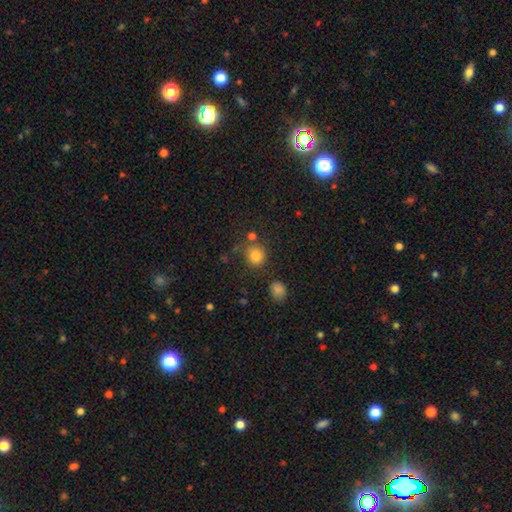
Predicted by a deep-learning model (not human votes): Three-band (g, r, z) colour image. It shows a smooth galaxy with no disk features (83%) that is round (87%). Merging: none (72%).